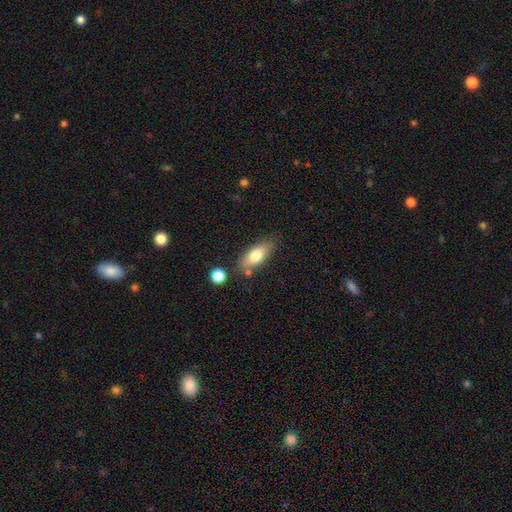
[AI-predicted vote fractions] Overall: smooth (75%). How rounded: in between (79%). Merging: none (73%).